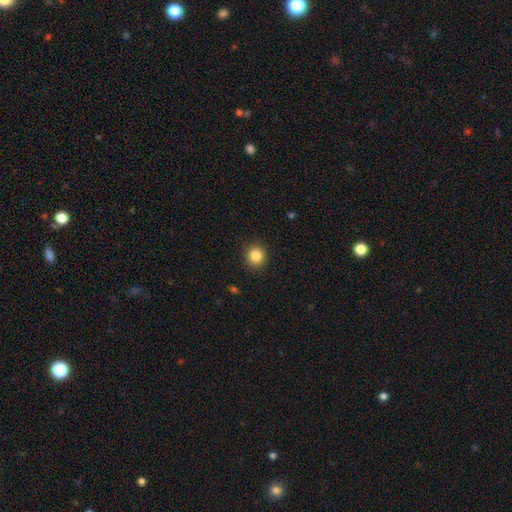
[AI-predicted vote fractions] The model was most divided on "smooth or featured": smooth: 85%, star or artifact: 10%, featured or disk: 4%. More confident: merging — none (90%); how rounded — round (88%).